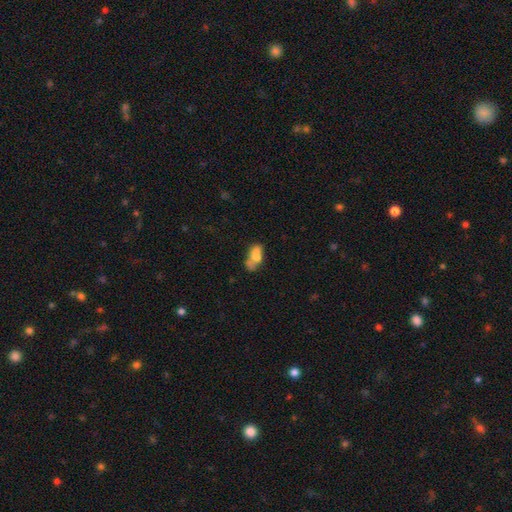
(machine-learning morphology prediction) This is likely a smooth galaxy (67%). How rounded: clearly in between (82%). Merging: marginally merger (39%).